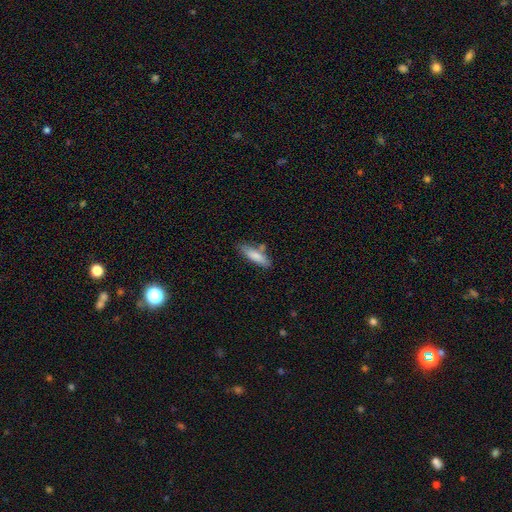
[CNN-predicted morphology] This appears to be a smooth galaxy with no disk features (81%) that is cigar-shaped (61%). Merging: none (70%).